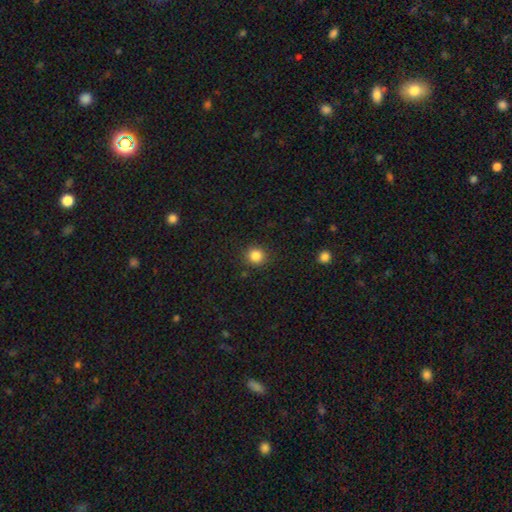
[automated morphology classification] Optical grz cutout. It shows a smooth galaxy with no disk features (85%) that is round (90%). Merging: none (89%).